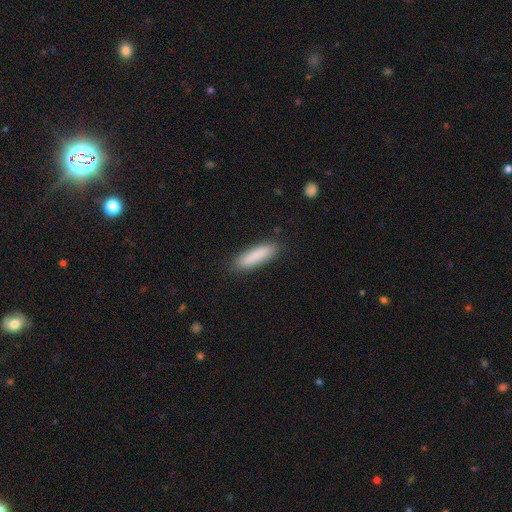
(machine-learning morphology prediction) type=smooth (86%); roundness=cigar-shaped (72%); merging=none (86%).